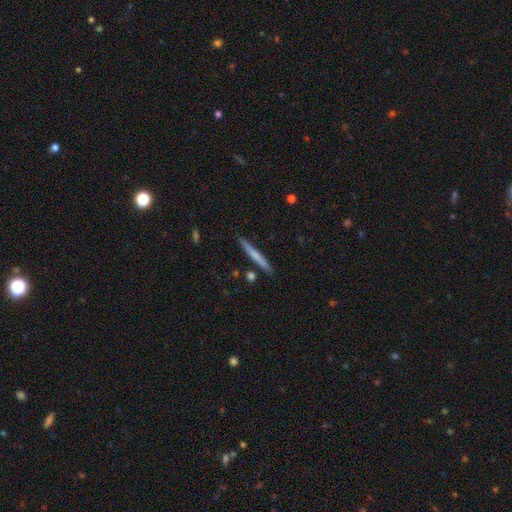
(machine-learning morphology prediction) The model was most divided on "smooth or featured": smooth: 55%, featured or disk: 39%, star or artifact: 6%. More confident: how rounded — cigar-shaped (96%); merging — none (88%).